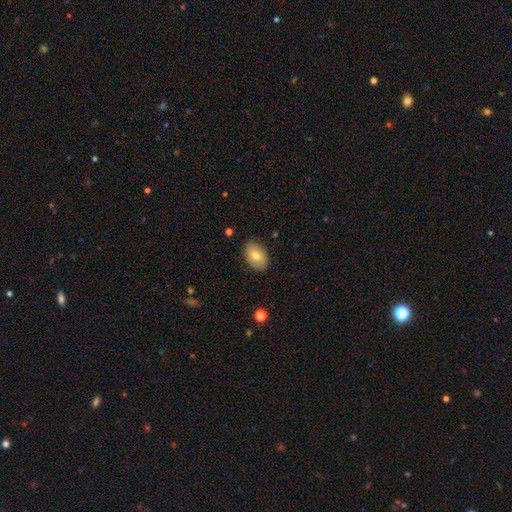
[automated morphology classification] A smooth galaxy with no disk features (75%) that is in between round and cigar-shaped (84%).

Vote fractions:
- Smooth or featured? smooth: 75% / featured or disk: 18% / star or artifact: 7%
- How rounded? in between: 84% / round: 15% / cigar-shaped: 1%
- Merging? none: 85% / minor disturbance: 12% / major disturbance: 2% / merger: 1%